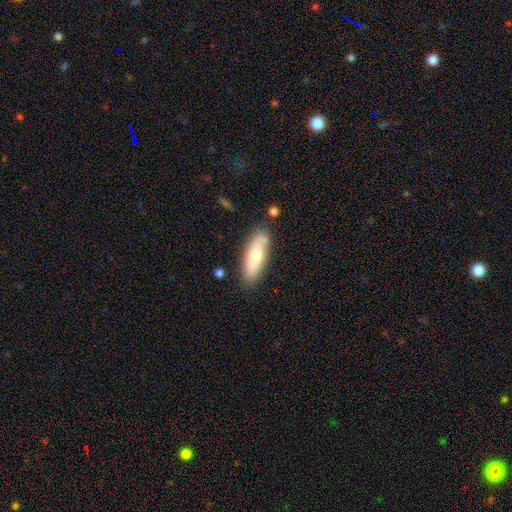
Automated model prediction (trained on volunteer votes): Q: Smooth or featured?
A: smooth (61%); runner-up: featured or disk (33%)
Q: How rounded?
A: in between (63%); runner-up: cigar-shaped (35%)
Q: Merging?
A: none (75%); runner-up: minor disturbance (16%)